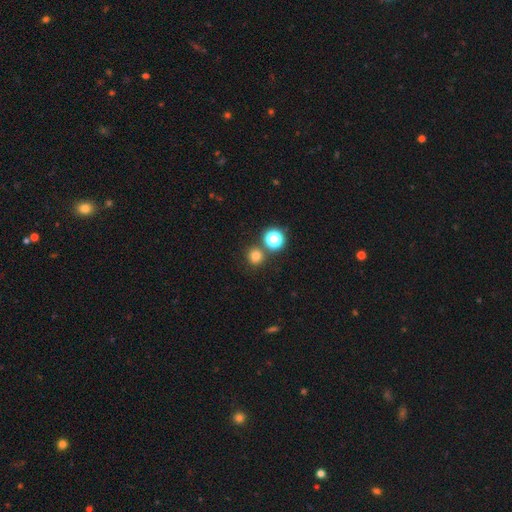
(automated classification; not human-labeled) Q: Smooth or featured?
A: smooth (76%); runner-up: star or artifact (19%)
Q: How rounded?
A: round (92%); runner-up: in between (7%)
Q: Merging?
A: none (79%); runner-up: merger (11%)